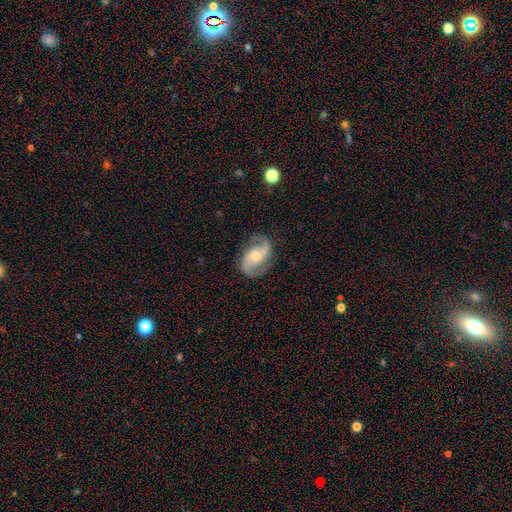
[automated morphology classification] Smooth or featured: featured or disk — 86% (smooth — 9%)
Edge-on disk: no — 98% (yes — 2%)
Bar: no — 48% (weak — 40%)
Spiral arms: yes — 96% (no — 4%)
Spiral winding: medium — 48% (loose — 37%)
Spiral arm count: 2 — 92% (can't tell — 3%)
Bulge size: moderate — 57% (small — 35%)
Merging: none — 78% (minor disturbance — 15%)